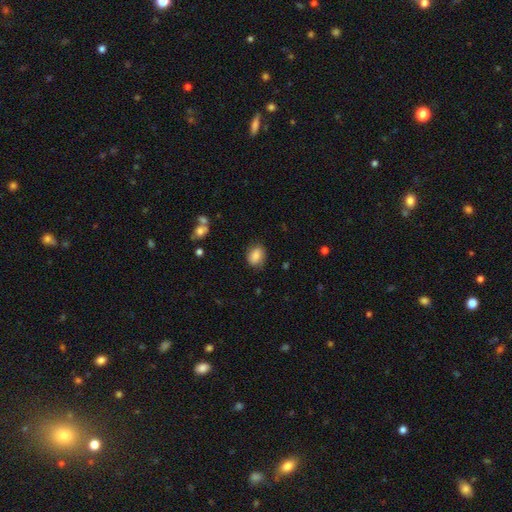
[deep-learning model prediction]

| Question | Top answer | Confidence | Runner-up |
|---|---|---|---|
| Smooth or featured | smooth | 81% | featured or disk (11%) |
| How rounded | in between | 62% | round (37%) |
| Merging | none | 79% | minor disturbance (15%) |